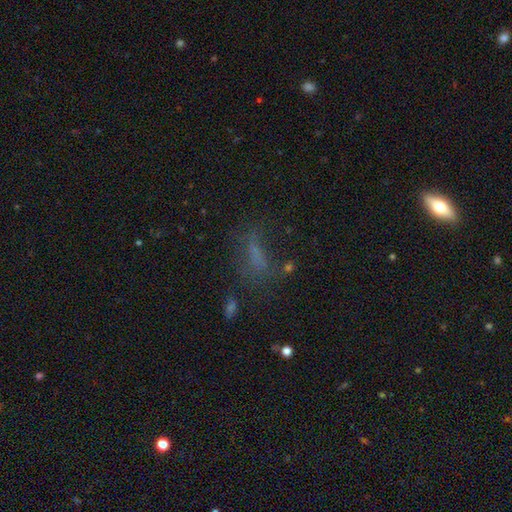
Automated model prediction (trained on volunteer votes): Smooth or featured: smooth — 50% (star or artifact — 29%)
How rounded: in between — 53% (cigar-shaped — 40%)
Merging: none — 49% (major disturbance — 25%)